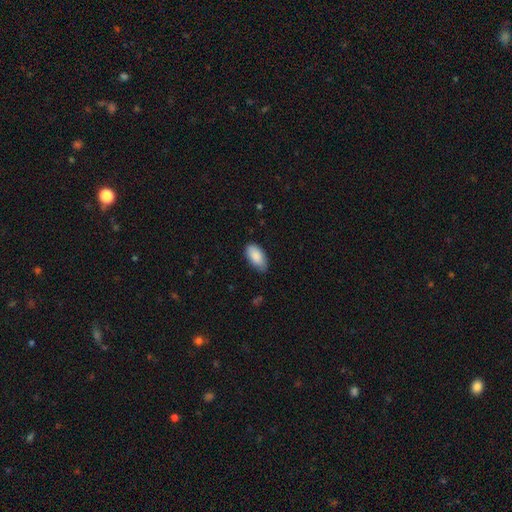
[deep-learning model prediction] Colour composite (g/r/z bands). It shows a smooth galaxy with no disk features (88%) that is in between round and cigar-shaped (94%). Merging: none (74%).